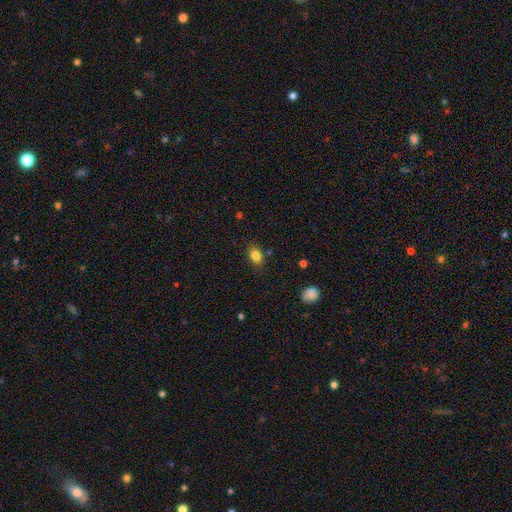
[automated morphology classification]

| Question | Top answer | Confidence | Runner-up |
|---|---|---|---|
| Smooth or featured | smooth | 84% | star or artifact (10%) |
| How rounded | in between | 80% | round (18%) |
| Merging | none | 81% | minor disturbance (14%) |